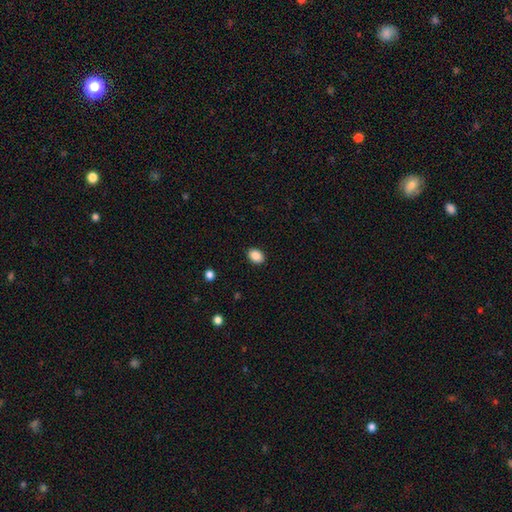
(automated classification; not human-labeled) A smooth galaxy with no disk features (89%) that is in between round and cigar-shaped (76%).

Vote fractions:
- Smooth or featured? smooth: 89% / star or artifact: 8% / featured or disk: 3%
- How rounded? in between: 76% / round: 23% / cigar-shaped: 1%
- Merging? none: 90% / minor disturbance: 7% / major disturbance: 2% / merger: 1%